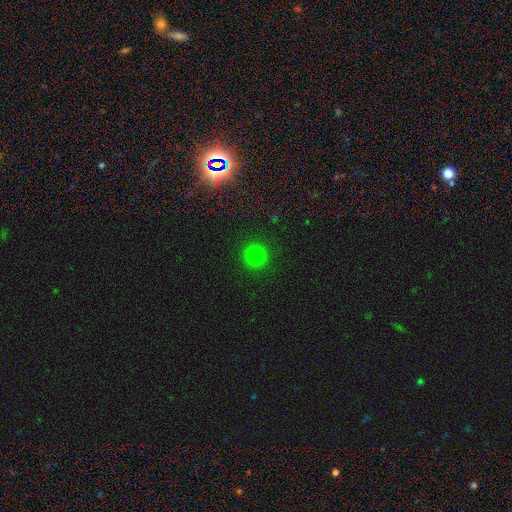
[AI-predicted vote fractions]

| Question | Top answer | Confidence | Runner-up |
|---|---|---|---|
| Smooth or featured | smooth | 78% | star or artifact (17%) |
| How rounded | round | 94% | in between (5%) |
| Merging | none | 92% | minor disturbance (5%) |